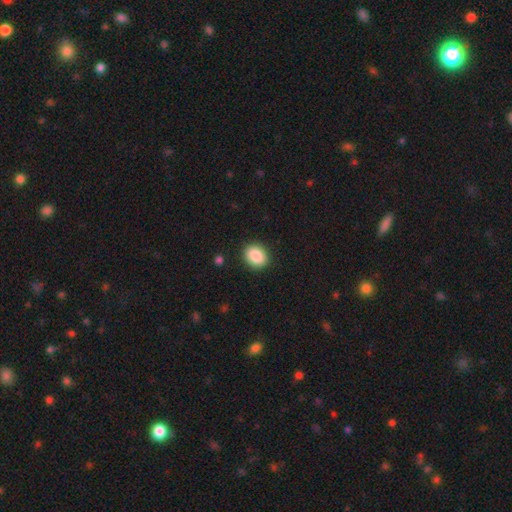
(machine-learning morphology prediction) Overall: smooth (88%). How rounded: round (53%; in between 46%). Merging: none (90%).